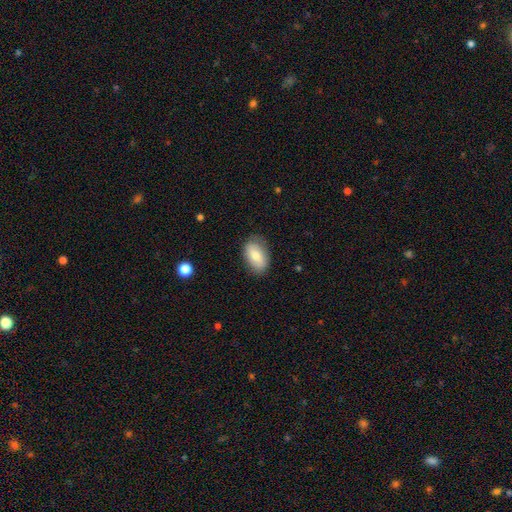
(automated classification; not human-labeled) Q: Smooth or featured?
A: smooth (73%); runner-up: featured or disk (20%)
Q: How rounded?
A: in between (91%); runner-up: round (7%)
Q: Merging?
A: none (80%); runner-up: minor disturbance (15%)